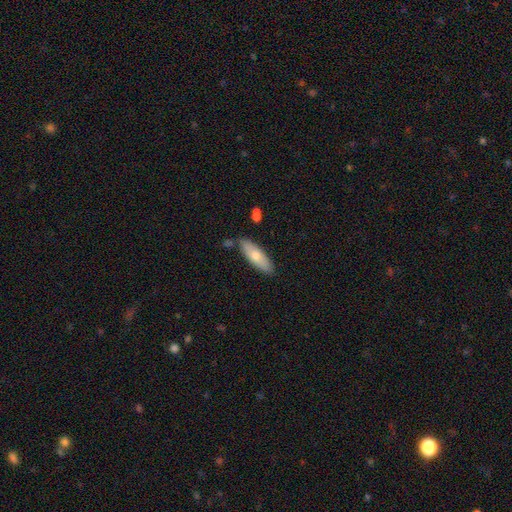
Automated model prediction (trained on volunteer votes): Smooth or featured?
  - smooth: 70% *
  - featured or disk: 24%
  - star or artifact: 6%
How rounded?
  - in between: 54% *
  - cigar-shaped: 44%
  - round: 2%
Merging?
  - none: 80% *
  - minor disturbance: 13%
  - merger: 4%
  - major disturbance: 2%